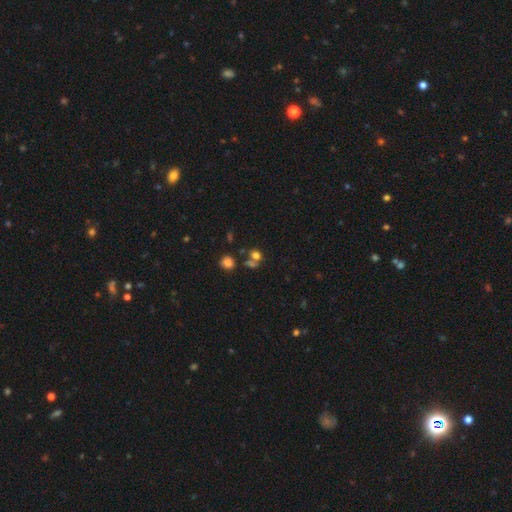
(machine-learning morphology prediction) smooth 71%, star or artifact 19%, featured or disk 11%. Down the decision tree: how rounded — round (64%); merging — none (50%).